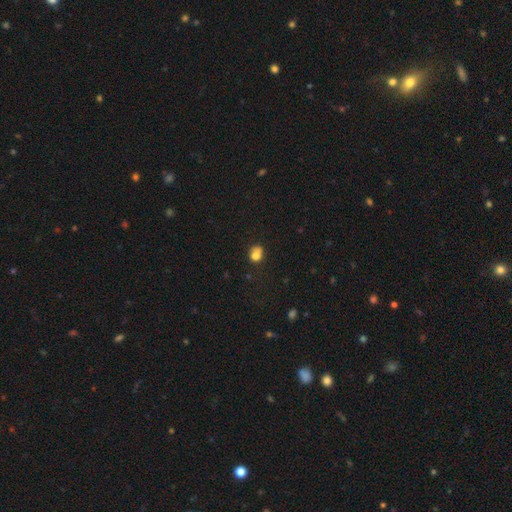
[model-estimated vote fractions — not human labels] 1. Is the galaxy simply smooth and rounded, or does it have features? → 75% smooth, 13% featured or disk, 13% star or artifact.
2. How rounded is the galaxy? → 58% round, 41% in between, 1% cigar-shaped.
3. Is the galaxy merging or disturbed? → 46% none, 27% minor disturbance, 14% merger, 13% major disturbance.